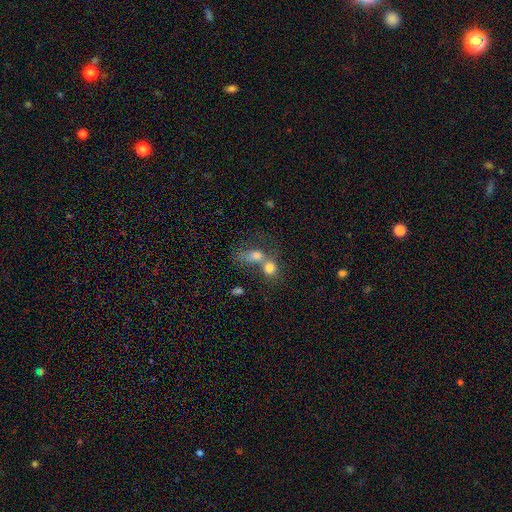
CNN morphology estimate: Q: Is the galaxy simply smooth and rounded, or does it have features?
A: smooth — 72%.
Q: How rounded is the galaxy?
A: in between — 54%.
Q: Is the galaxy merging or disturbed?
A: merger — 64%.